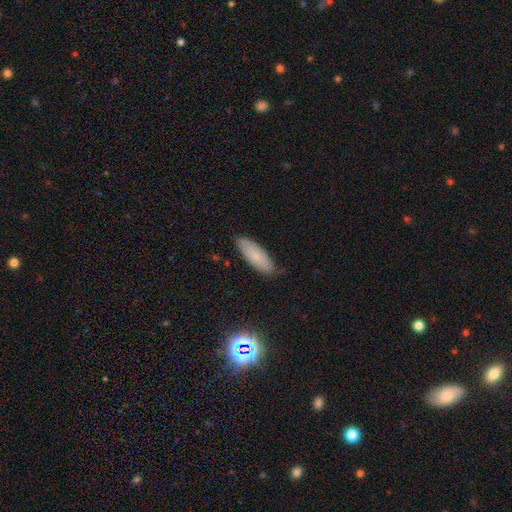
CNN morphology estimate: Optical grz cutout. It shows a smooth galaxy with no disk features (75%) that is in between round and cigar-shaped (62%). Merging: none (81%).